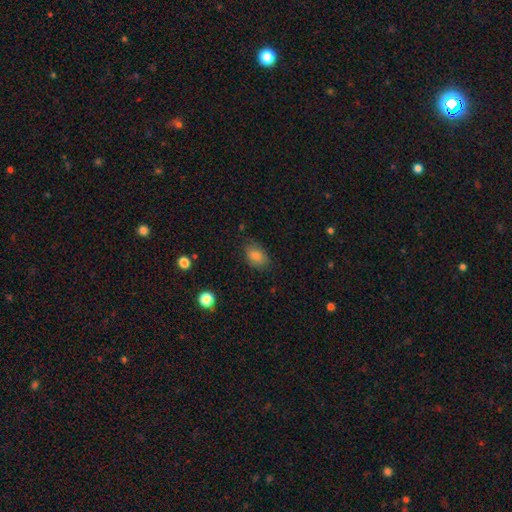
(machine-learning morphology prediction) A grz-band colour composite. It shows a smooth galaxy with no disk features (82%) that is in between round and cigar-shaped (81%). Merging: none (80%).